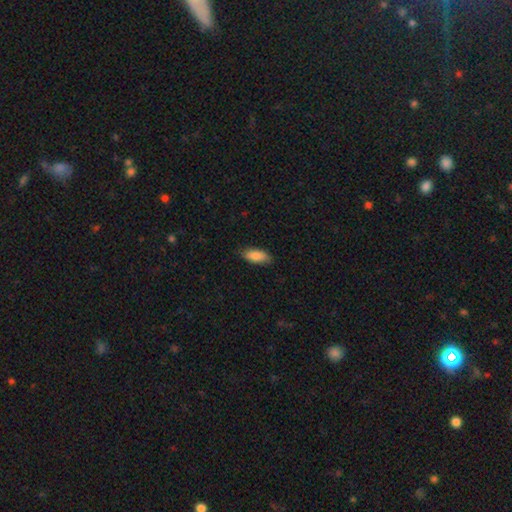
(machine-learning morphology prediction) A smooth galaxy with no disk features (86%) that is in between round and cigar-shaped (82%). Merging: none (84%).